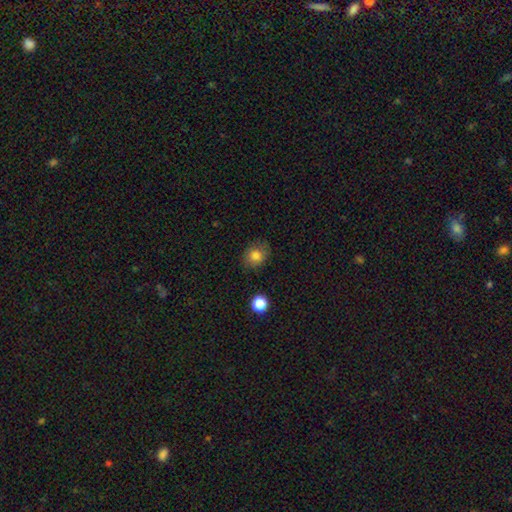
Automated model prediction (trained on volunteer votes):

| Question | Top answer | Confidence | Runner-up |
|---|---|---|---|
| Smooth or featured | smooth | 80% | star or artifact (11%) |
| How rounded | round | 63% | in between (36%) |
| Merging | none | 80% | minor disturbance (14%) |